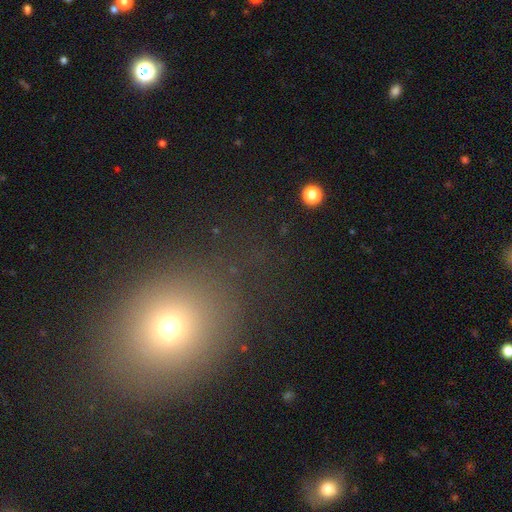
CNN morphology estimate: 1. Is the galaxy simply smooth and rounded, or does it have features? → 61% smooth, 28% star or artifact, 11% featured or disk.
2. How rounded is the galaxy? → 67% round, 31% in between, 2% cigar-shaped.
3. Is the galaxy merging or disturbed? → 79% none, 11% minor disturbance, 7% major disturbance, 3% merger.